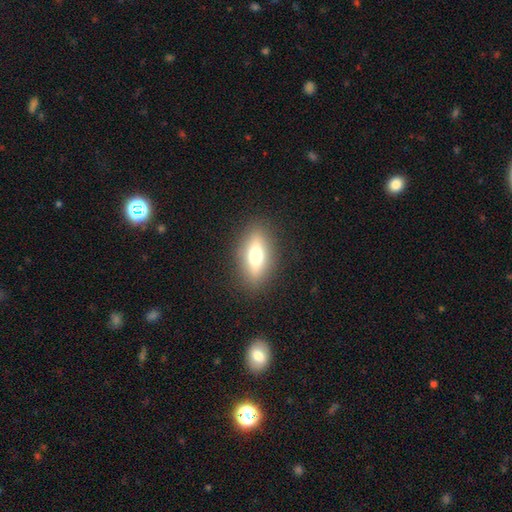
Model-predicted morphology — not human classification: type=smooth (58%); roundness=in between (71%); merging=none (87%).